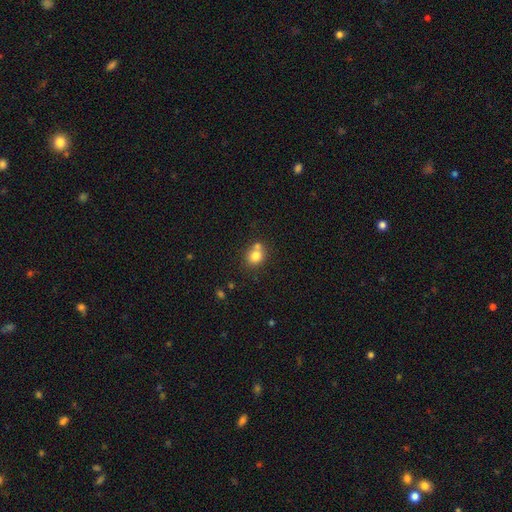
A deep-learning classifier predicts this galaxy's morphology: type=smooth (79%); roundness=round (75%); merging=none (53%).